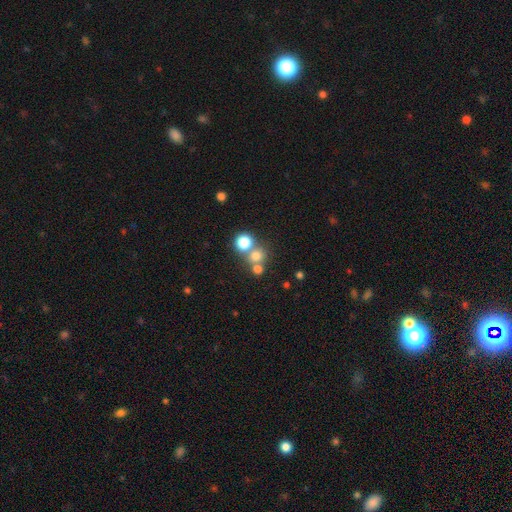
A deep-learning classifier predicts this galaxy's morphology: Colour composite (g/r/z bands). It shows a smooth galaxy with no disk features (71%) that is round (86%). Merging: none (53%).